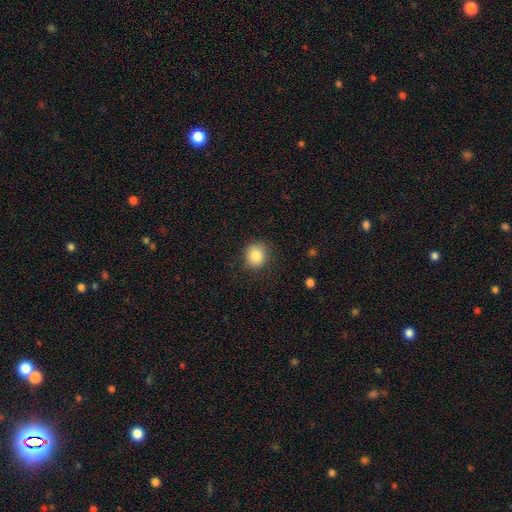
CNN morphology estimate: Smooth or featured? Predicted: smooth (p=0.84). How rounded? Predicted: round (p=0.82). Merging? Predicted: none (p=0.85).